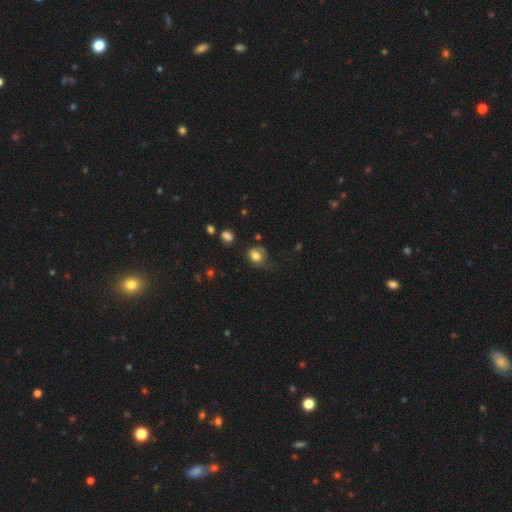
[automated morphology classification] Smooth or featured: smooth — 78% (featured or disk — 12%)
How rounded: round — 64% (in between — 35%)
Merging: none — 46% (minor disturbance — 31%)